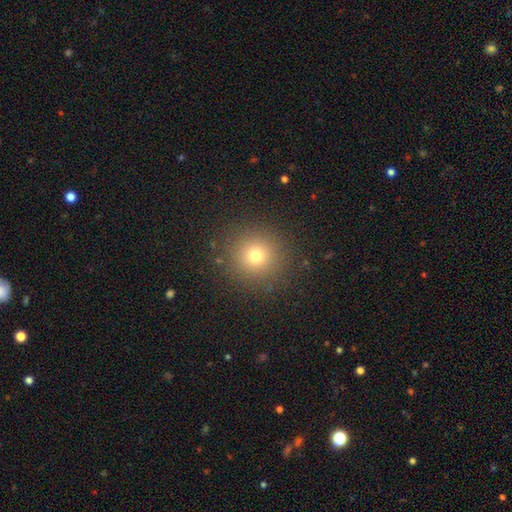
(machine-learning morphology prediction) smooth 72%, star or artifact 19%, featured or disk 9%. Down the decision tree: how rounded — round (94%); merging — none (90%).